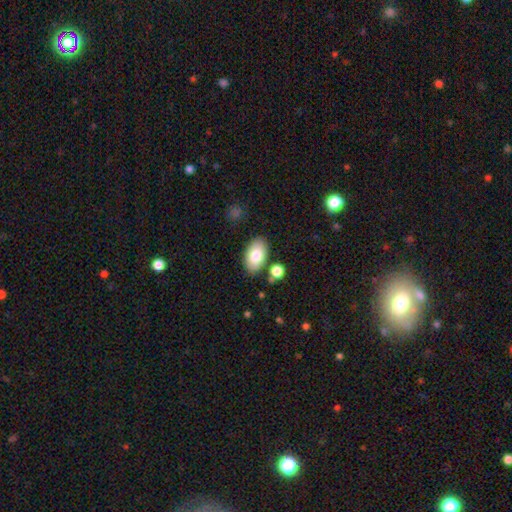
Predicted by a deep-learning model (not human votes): A smooth galaxy with no disk features (82%) that is in between round and cigar-shaped (94%). Merging: none (81%).